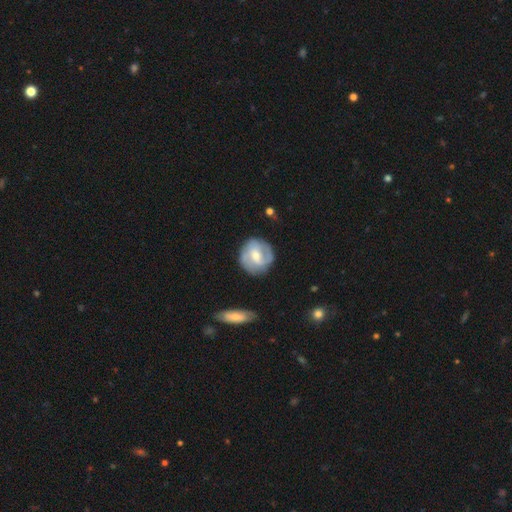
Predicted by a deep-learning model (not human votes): This is likely a featured or disk galaxy (69%). It is clearly not viewed edge-on (97%). Bar: possibly weak (47%). Spiral arm pattern: clearly yes (87%). Spiral arm count: possibly 2 (55%). Spiral winding: marginally medium (42%). Central bulge: possibly moderate (52%). Merging: likely none (79%).